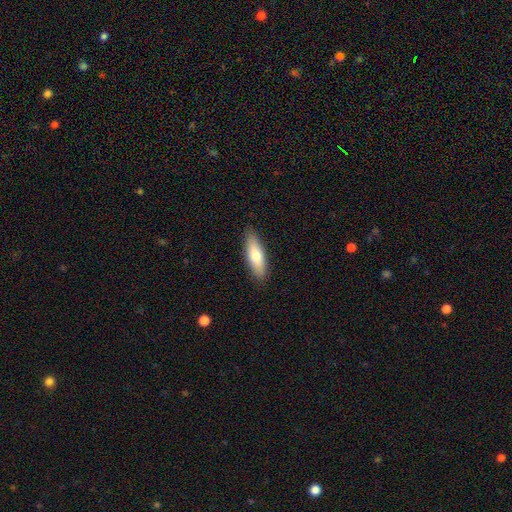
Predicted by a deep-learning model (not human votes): Overall: smooth (73%). How rounded: in between (50%; cigar-shaped 48%). Merging: none (88%).